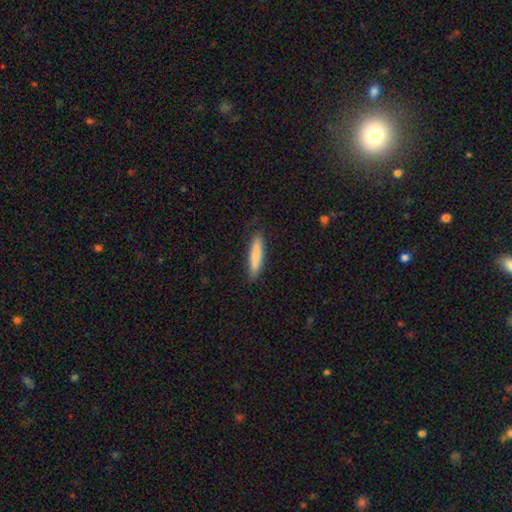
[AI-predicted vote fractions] Smooth or featured: smooth — 80% (featured or disk — 15%)
How rounded: cigar-shaped — 86% (in between — 13%)
Merging: none — 87% (minor disturbance — 10%)